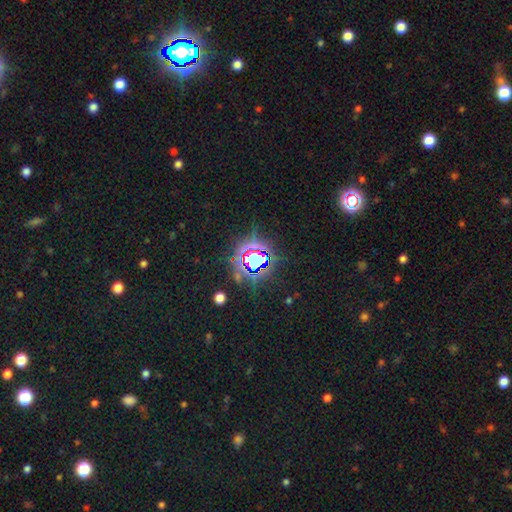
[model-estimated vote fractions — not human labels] The model was most divided on "smooth or featured": star or artifact: 80%, smooth: 12%, featured or disk: 8%.